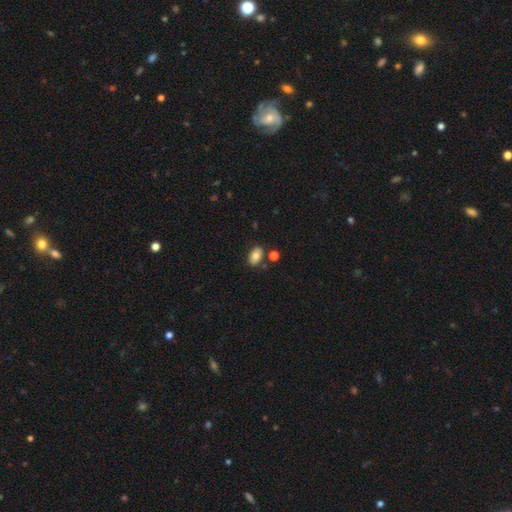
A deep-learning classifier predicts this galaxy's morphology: A smooth galaxy with no disk features (79%) that is in between round and cigar-shaped (90%).

Vote fractions:
- Smooth or featured? smooth: 79% / featured or disk: 13% / star or artifact: 8%
- How rounded? in between: 90% / round: 8% / cigar-shaped: 2%
- Merging? none: 78% / minor disturbance: 12% / merger: 7% / major disturbance: 3%